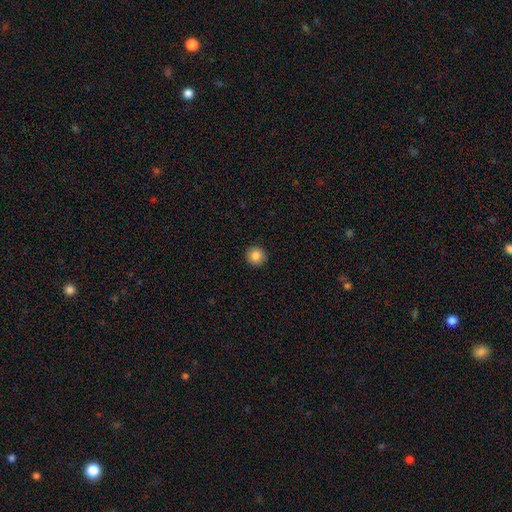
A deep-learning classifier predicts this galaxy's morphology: smooth 86%, star or artifact 9%, featured or disk 5%. Down the decision tree: how rounded — round (95%); merging — none (93%).